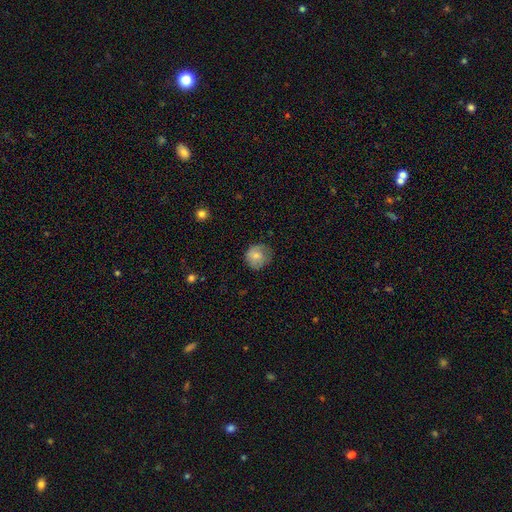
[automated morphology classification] Q: Smooth or featured?
A: smooth (72%); runner-up: featured or disk (21%)
Q: How rounded?
A: round (83%); runner-up: in between (16%)
Q: Merging?
A: none (66%); runner-up: minor disturbance (25%)